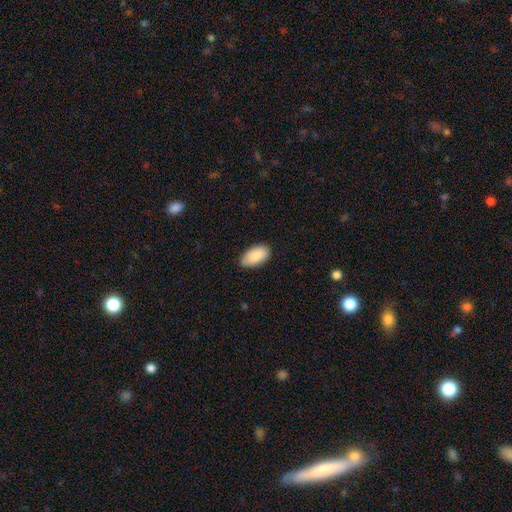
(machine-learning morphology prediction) A smooth galaxy with no disk features (89%) that is in between round and cigar-shaped (95%). Merging: none (83%).